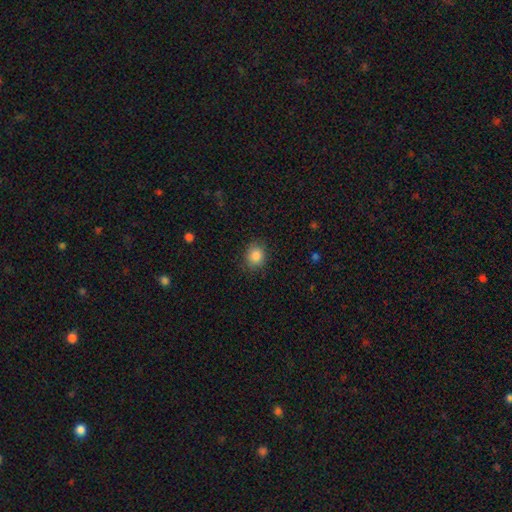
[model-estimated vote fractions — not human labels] A smooth galaxy with no disk features (87%) that is round (71%). Merging: none (85%).